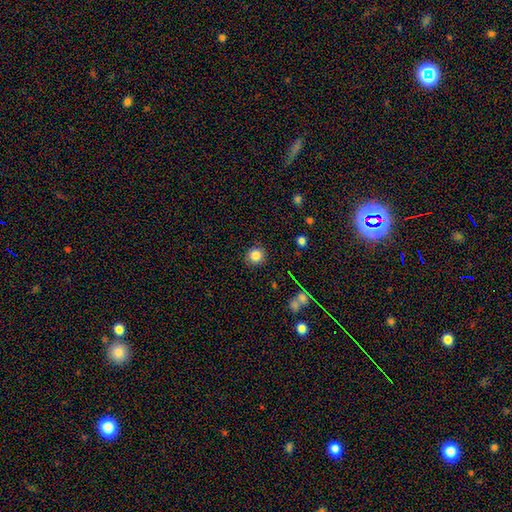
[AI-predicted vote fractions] A smooth galaxy with no disk features (83%) that is round (93%). Merging: none (90%).